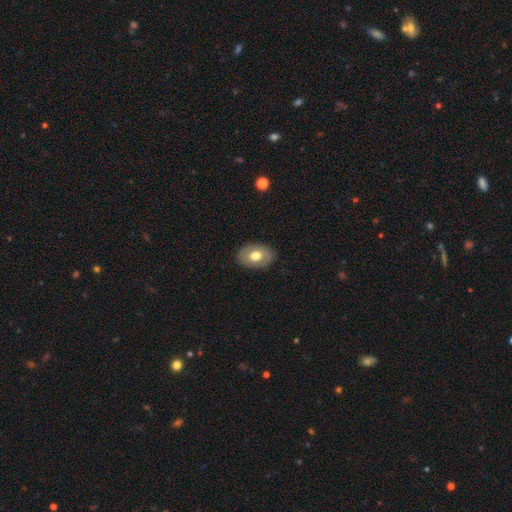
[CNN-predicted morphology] type=smooth (66%); roundness=in between (78%); merging=none (87%).